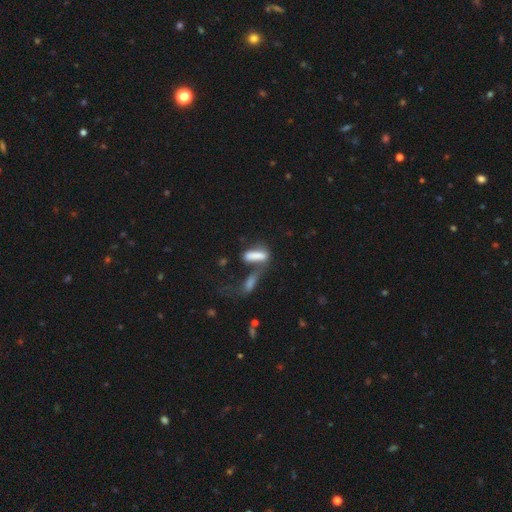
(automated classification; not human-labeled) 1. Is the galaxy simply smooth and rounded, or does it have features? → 75% smooth, 15% featured or disk, 10% star or artifact.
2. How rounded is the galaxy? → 51% in between, 46% cigar-shaped, 3% round.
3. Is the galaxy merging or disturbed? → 48% merger, 25% none, 16% major disturbance, 12% minor disturbance.